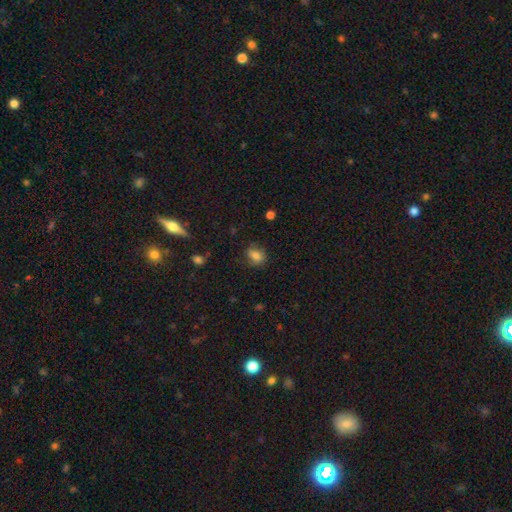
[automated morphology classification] Overall: smooth (76%). How rounded: in between (57%; round 42%). Merging: none (68%).